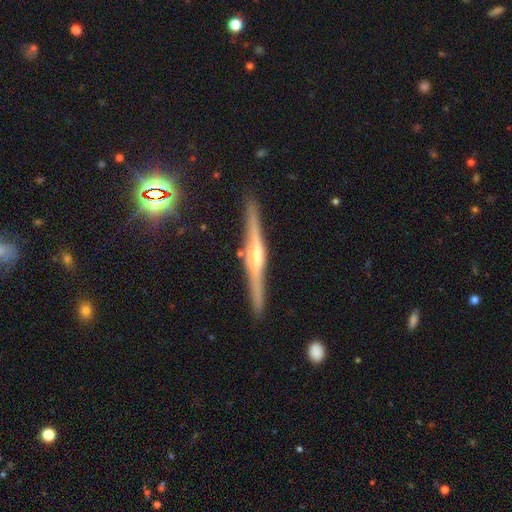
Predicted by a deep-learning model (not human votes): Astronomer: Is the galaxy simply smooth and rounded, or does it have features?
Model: featured or disk — 80%.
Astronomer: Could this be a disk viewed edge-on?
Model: yes — 98%.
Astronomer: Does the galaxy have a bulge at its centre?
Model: rounded — 64%.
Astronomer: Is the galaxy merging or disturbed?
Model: none — 88%.